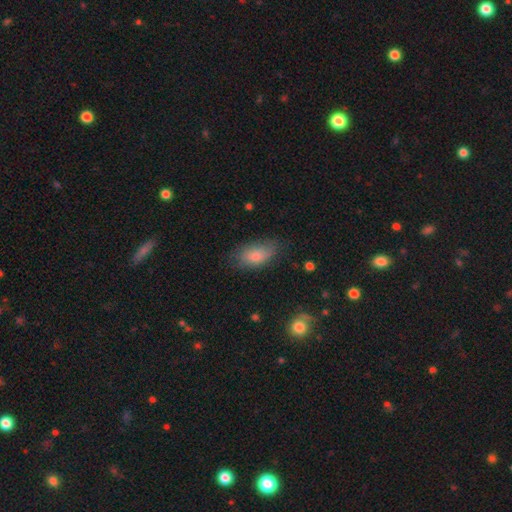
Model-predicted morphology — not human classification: A smooth galaxy with no disk features (78%) that is in between round and cigar-shaped (89%). Merging: none (70%).